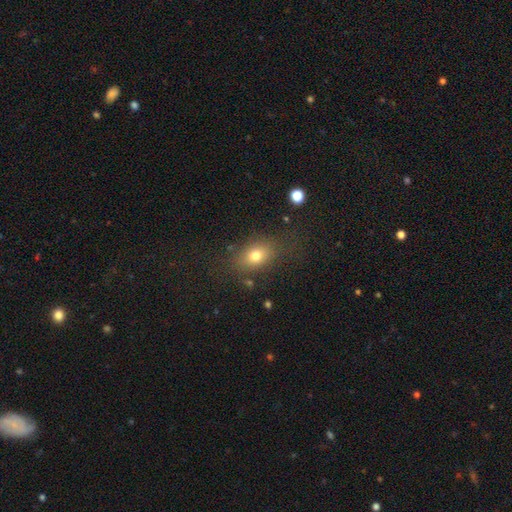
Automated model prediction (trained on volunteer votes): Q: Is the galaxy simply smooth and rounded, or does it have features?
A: smooth — 75%.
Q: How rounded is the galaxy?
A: in between — 73%.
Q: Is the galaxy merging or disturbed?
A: none — 73%.